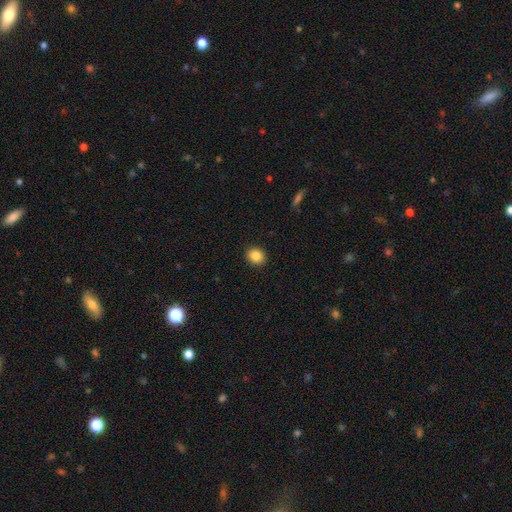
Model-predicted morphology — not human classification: The model was most divided on "how rounded": round: 69%, in between: 30%, cigar-shaped: 1%. More confident: merging — none (91%); smooth or featured — smooth (86%).